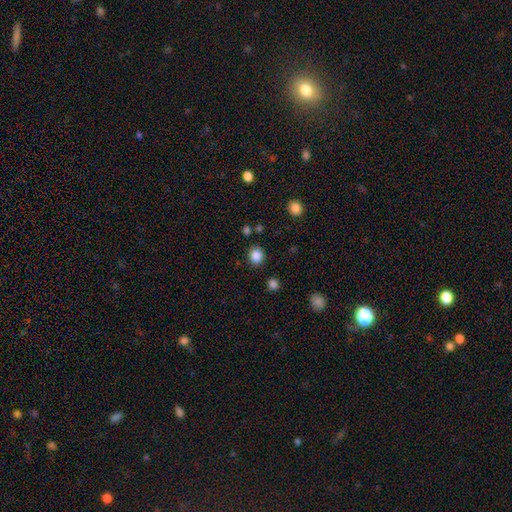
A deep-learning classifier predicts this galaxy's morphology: Smooth or featured: smooth — 86% (star or artifact — 11%)
How rounded: round — 73% (in between — 26%)
Merging: none — 85% (minor disturbance — 9%)